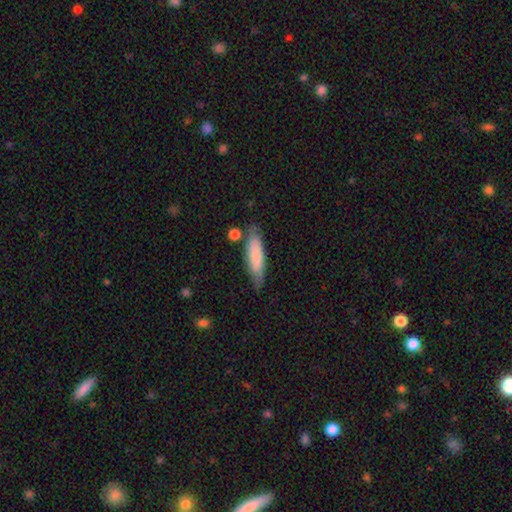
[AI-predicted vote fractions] A smooth galaxy with no disk features (76%) that is cigar-shaped (70%). Merging: none (75%).